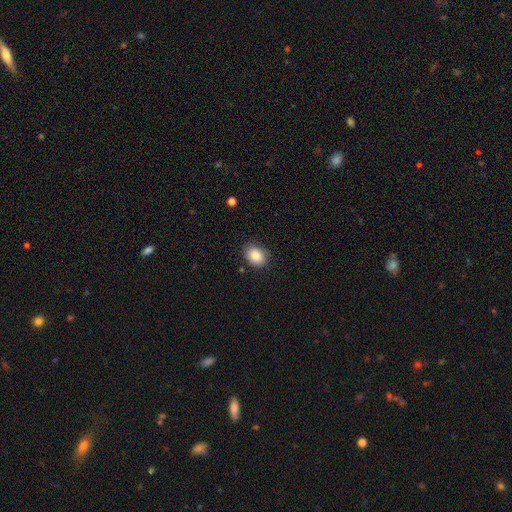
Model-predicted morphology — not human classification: Smooth or featured: smooth — 87% (star or artifact — 8%)
How rounded: in between — 64% (round — 35%)
Merging: none — 83% (minor disturbance — 13%)